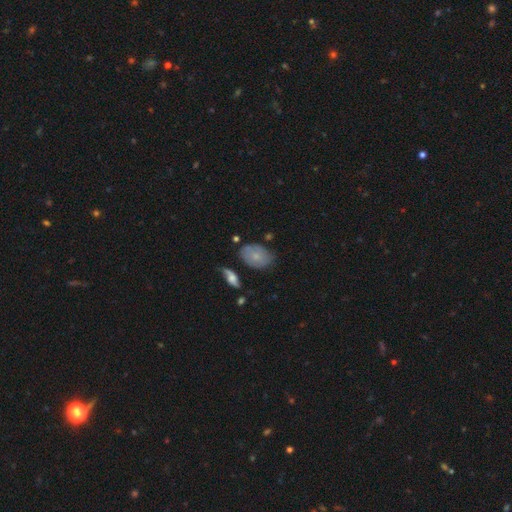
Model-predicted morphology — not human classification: Overall: smooth (62%; featured or disk 29%). How rounded: in between (80%). Merging: none (57%; minor disturbance 28%).